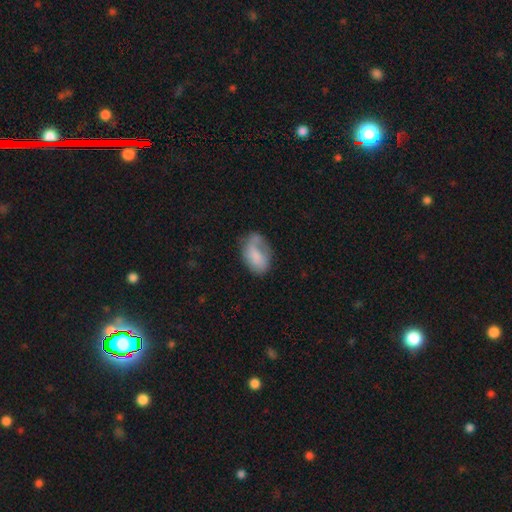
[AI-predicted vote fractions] smooth_or_featured: smooth (p=0.68) [alt: featured or disk p=0.24]
how_rounded: in between (p=0.90) [alt: round p=0.09]
merging: none (p=0.42) [alt: minor disturbance p=0.32]